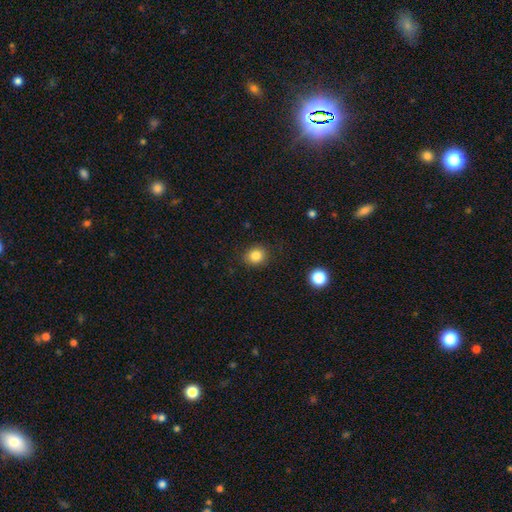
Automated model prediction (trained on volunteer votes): smooth 84%, star or artifact 11%, featured or disk 5%. Down the decision tree: how rounded — round (74%); merging — none (87%).